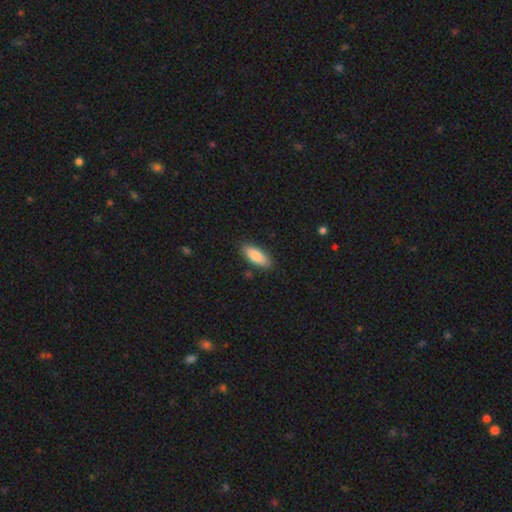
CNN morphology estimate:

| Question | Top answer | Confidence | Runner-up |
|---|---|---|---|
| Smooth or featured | smooth | 84% | featured or disk (10%) |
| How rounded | in between | 73% | cigar-shaped (25%) |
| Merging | none | 85% | minor disturbance (11%) |